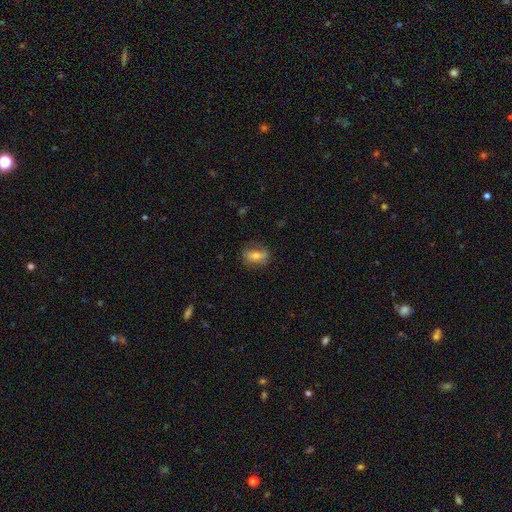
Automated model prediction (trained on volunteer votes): The model was most divided on "smooth or featured": smooth: 58%, featured or disk: 33%, star or artifact: 9%. More confident: merging — none (75%); how rounded — in between (75%).